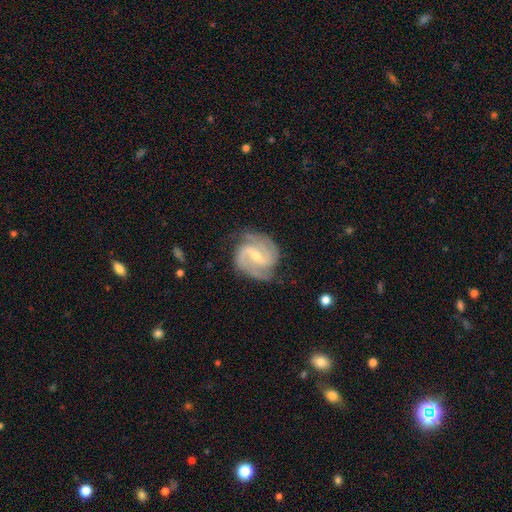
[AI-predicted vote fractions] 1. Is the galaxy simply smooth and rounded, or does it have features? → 90% featured or disk, 5% smooth, 4% star or artifact.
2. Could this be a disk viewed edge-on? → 98% no, 2% yes.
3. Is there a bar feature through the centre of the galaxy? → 53% weak, 31% strong, 16% no.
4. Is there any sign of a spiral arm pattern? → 98% yes, 2% no.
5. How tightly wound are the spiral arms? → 51% medium, 36% tight, 13% loose.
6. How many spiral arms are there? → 74% 2, 14% 3, 5% can't tell, 2% 4, 2% 1, 2% more than 4.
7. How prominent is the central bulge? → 54% small, 43% moderate, 2% none, 1% large, 1% dominant.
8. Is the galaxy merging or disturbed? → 73% none, 19% minor disturbance, 6% major disturbance, 1% merger.